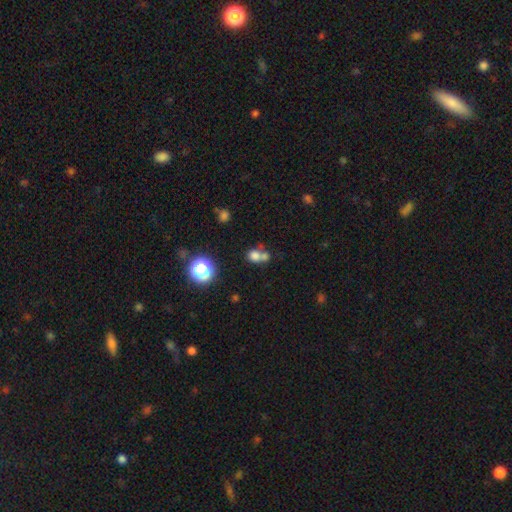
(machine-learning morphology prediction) This is likely a smooth galaxy (72%). How rounded: likely round (72%). Merging: possibly merger (50%).